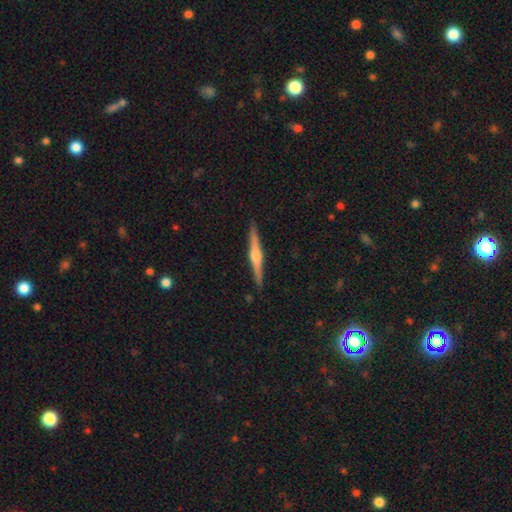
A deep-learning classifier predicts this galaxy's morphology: This is likely a featured or disk galaxy (78%). It is clearly viewed edge-on (98%). Edge-on bulge: clearly rounded (91%). Merging: clearly none (92%).